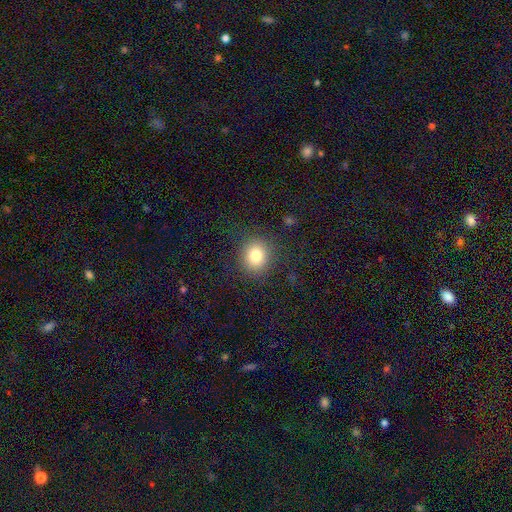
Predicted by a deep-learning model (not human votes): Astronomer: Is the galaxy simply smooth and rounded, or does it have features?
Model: smooth — 80%.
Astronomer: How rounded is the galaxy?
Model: round — 81%.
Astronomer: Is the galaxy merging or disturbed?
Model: none — 86%.